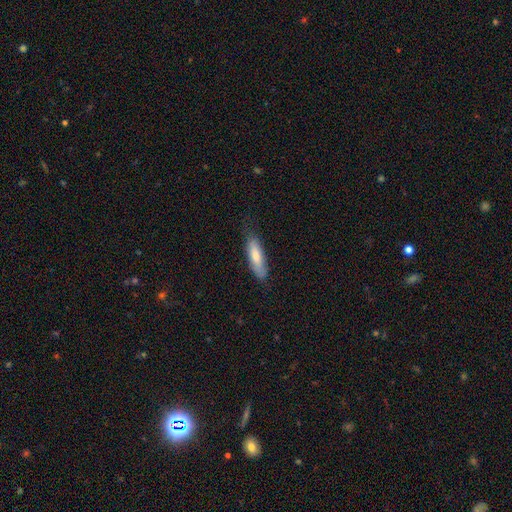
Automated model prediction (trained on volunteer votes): Overall: smooth (74%). How rounded: cigar-shaped (53%; in between 45%). Merging: none (69%).